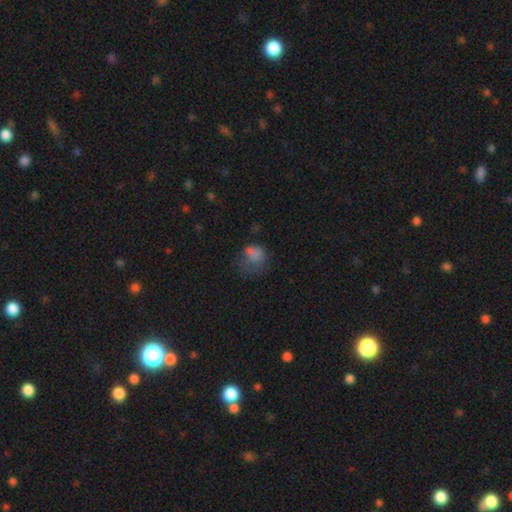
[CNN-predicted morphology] smooth_or_featured: smooth (p=0.64) [alt: star or artifact p=0.20]
how_rounded: round (p=0.59) [alt: in between p=0.39]
merging: none (p=0.38) [alt: major disturbance p=0.31]